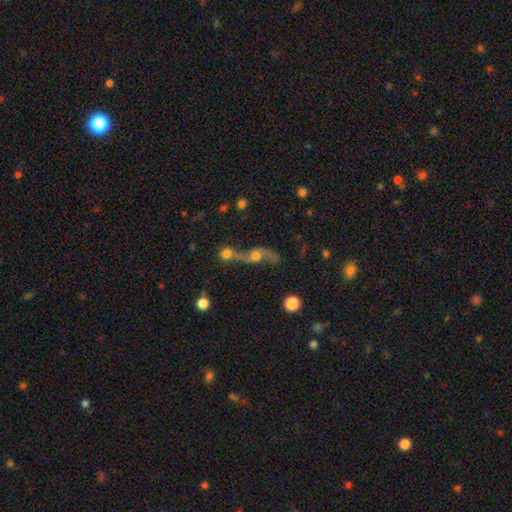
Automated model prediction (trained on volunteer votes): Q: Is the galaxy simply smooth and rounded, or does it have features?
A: featured or disk — 58%.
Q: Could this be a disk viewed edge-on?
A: no — 83%.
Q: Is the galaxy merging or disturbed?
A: merger — 48%.